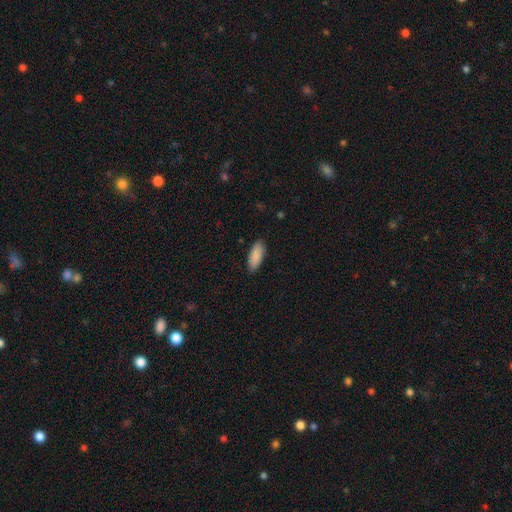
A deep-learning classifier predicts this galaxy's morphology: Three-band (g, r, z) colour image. It shows a smooth galaxy with no disk features (90%) that is in between round and cigar-shaped (78%). Merging: none (89%).